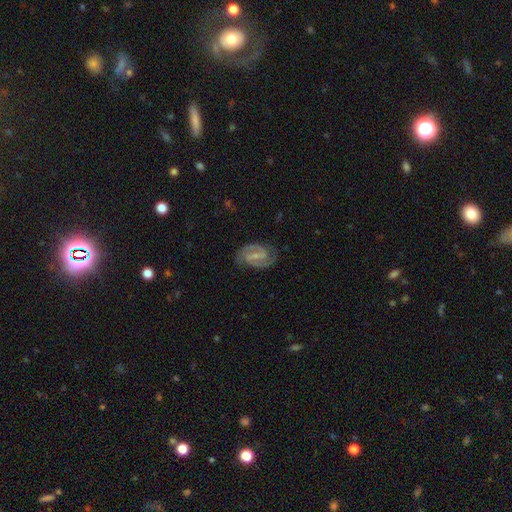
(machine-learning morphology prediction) smooth_or_featured: featured or disk (p=0.88) [alt: smooth p=0.07]
disk_edge_on: no (p=0.98) [alt: yes p=0.02]
bar: weak (p=0.52) [alt: strong p=0.28]
has_spiral_arms: yes (p=0.97) [alt: no p=0.03]
spiral_winding: medium (p=0.51) [alt: tight p=0.37]
spiral_arm_count: 2 (p=0.92) [alt: can't tell p=0.03]
bulge_size: small (p=0.61) [alt: moderate p=0.28]
merging: none (p=0.80) [alt: minor disturbance p=0.14]